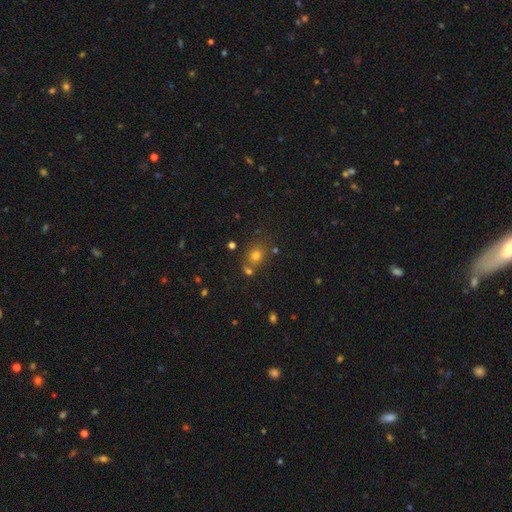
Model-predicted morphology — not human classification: This appears to be a smooth galaxy with no disk features (69%) that is round (75%). Merging: none (65%).